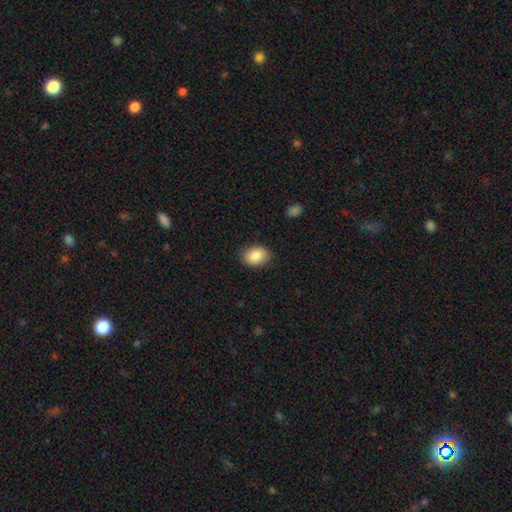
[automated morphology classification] The model was most divided on "how rounded": in between: 70%, round: 29%, cigar-shaped: 1%. More confident: smooth or featured — smooth (87%); merging — none (86%).